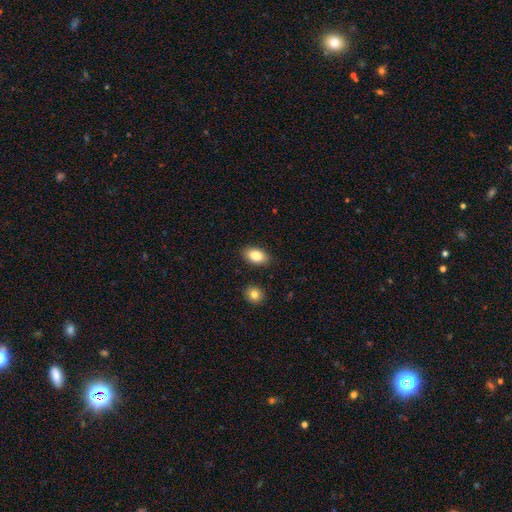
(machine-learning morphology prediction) Smooth or featured: smooth — 85% (featured or disk — 8%)
How rounded: in between — 92% (round — 6%)
Merging: none — 86% (minor disturbance — 9%)